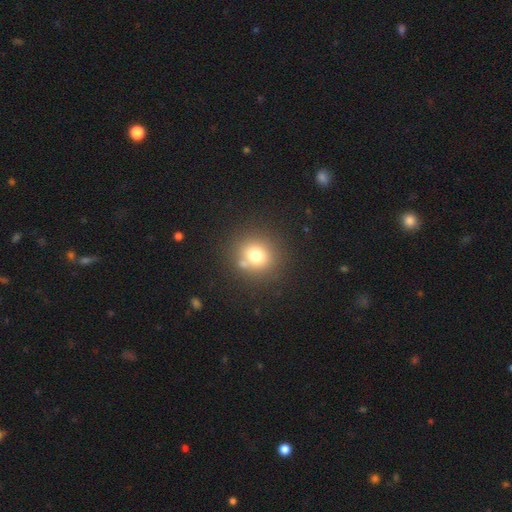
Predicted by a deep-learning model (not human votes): Smooth or featured?
  - smooth: 73% *
  - star or artifact: 15%
  - featured or disk: 12%
How rounded?
  - round: 86% *
  - in between: 13%
  - cigar-shaped: 1%
Merging?
  - none: 76% *
  - minor disturbance: 10%
  - merger: 10%
  - major disturbance: 4%